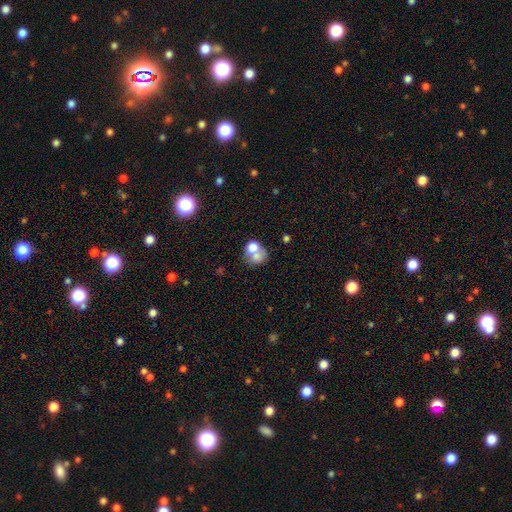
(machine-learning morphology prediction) Q: Smooth or featured?
A: smooth (67%); runner-up: featured or disk (21%)
Q: How rounded?
A: round (63%); runner-up: in between (36%)
Q: Merging?
A: merger (49%); runner-up: none (32%)